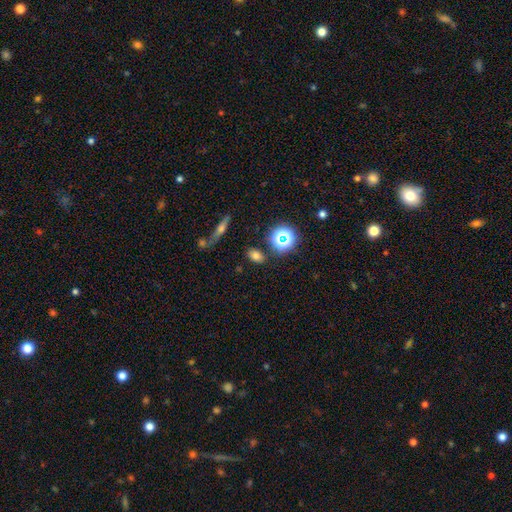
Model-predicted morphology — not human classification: Q: Smooth or featured?
A: smooth (71%); runner-up: star or artifact (18%)
Q: How rounded?
A: in between (76%); runner-up: round (20%)
Q: Merging?
A: none (83%); runner-up: minor disturbance (9%)